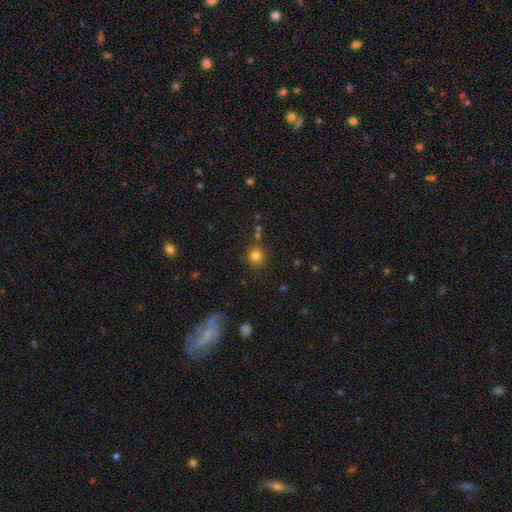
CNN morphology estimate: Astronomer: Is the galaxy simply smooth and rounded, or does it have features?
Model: smooth — 81%.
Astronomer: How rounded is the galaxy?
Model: round — 90%.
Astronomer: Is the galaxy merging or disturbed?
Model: none — 82%.